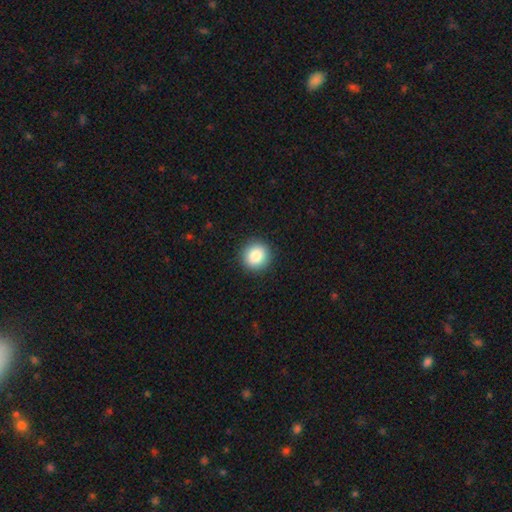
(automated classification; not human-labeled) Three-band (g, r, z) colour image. It shows a smooth galaxy with no disk features (86%) that is round (92%). Merging: none (92%).